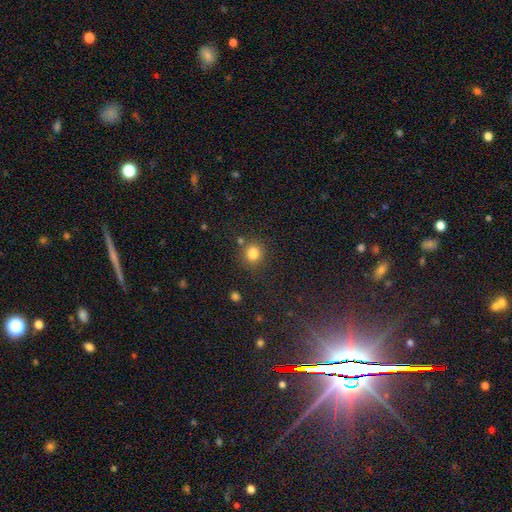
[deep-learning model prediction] smooth_or_featured: smooth (p=0.73) [alt: star or artifact p=0.21]
how_rounded: round (p=0.92) [alt: in between p=0.07]
merging: none (p=0.86) [alt: minor disturbance p=0.07]